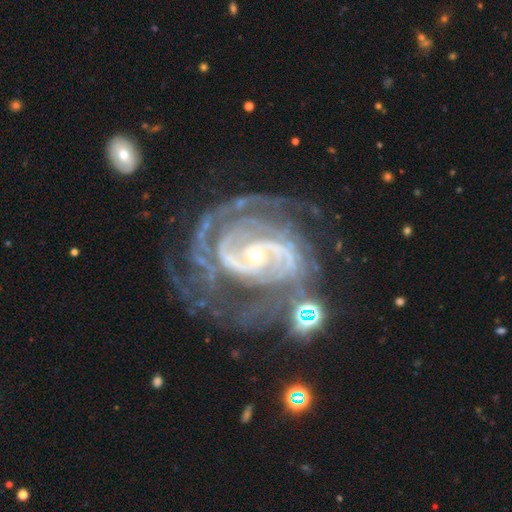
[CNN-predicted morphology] Smooth or featured?
  - featured or disk: 92% *
  - star or artifact: 5%
  - smooth: 3%
Edge-on disk?
  - no: 98% *
  - yes: 2%
Bar?
  - no: 40% *
  - weak: 36%
  - strong: 24%
Spiral arms?
  - yes: 98% *
  - no: 2%
Spiral winding?
  - tight: 60% *
  - medium: 34%
  - loose: 6%
Spiral arm count?
  - 2: 36% *
  - 3: 21%
  - can't tell: 17%
  - 4: 12%
  - more than 4: 8%
  - 1: 7%
Bulge size?
  - small: 67% *
  - moderate: 29%
  - large: 2%
  - none: 1%
  - dominant: 1%
Merging?
  - none: 53% *
  - minor disturbance: 21%
  - major disturbance: 19%
  - merger: 7%